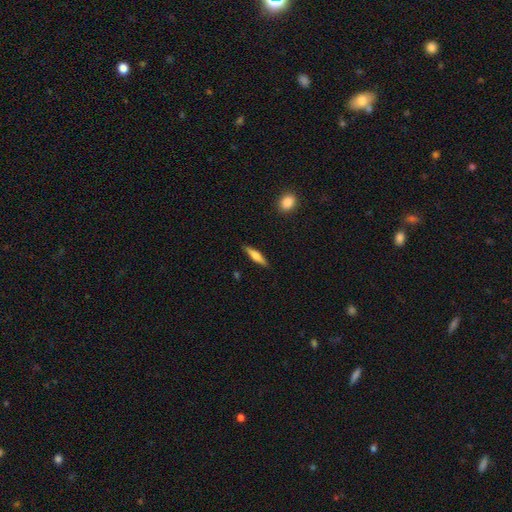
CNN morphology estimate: Smooth or featured? Predicted: smooth (p=0.54). How rounded? Predicted: cigar-shaped (p=0.79). Merging? Predicted: none (p=0.89).